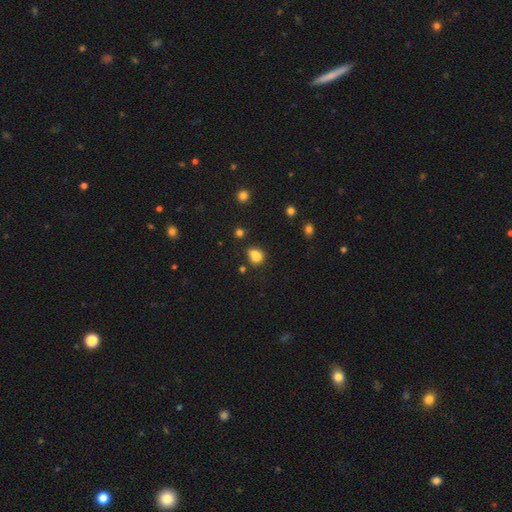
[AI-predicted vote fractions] Smooth or featured? Predicted: smooth (p=0.79). How rounded? Predicted: in between (p=0.52). Merging? Predicted: none (p=0.53).